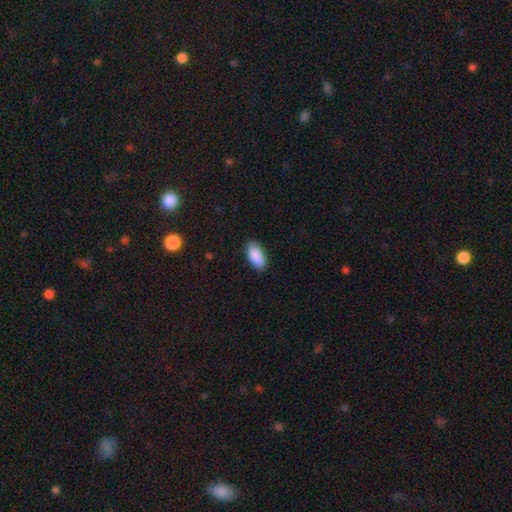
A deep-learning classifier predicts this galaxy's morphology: smooth-or-featured: smooth: 90% | star or artifact: 6% | featured or disk: 4%
  how-rounded: in between: 92% | cigar-shaped: 6% | round: 2%
  merging: none: 88% | minor disturbance: 9% | major disturbance: 2% | merger: 1%